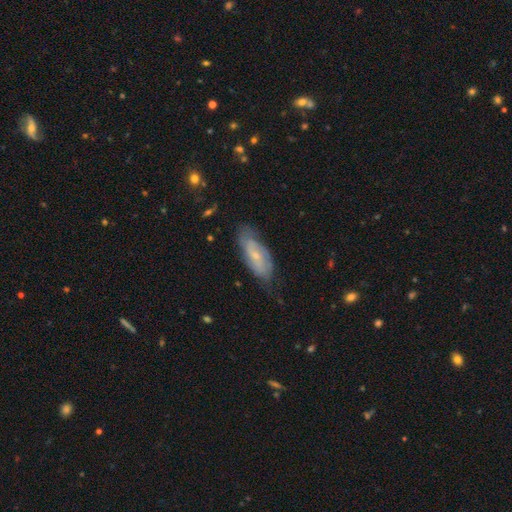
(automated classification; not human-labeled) Morphology: type=featured or disk (60%); edge-on=no (87%); bar=no (53%); spiral arms=yes (81%); bulge=small (72%); merging=none (67%).